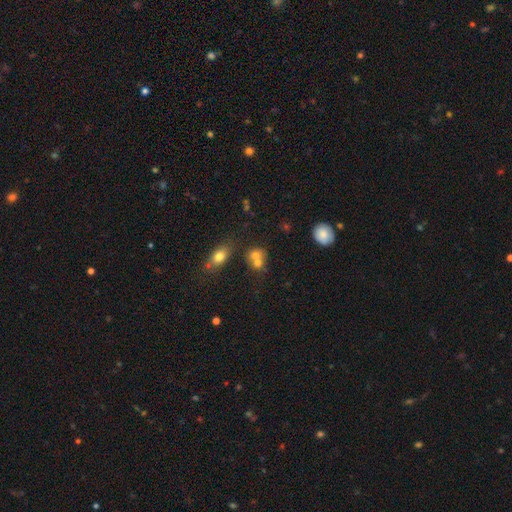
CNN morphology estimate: Q: Smooth or featured?
A: smooth (70%); runner-up: featured or disk (16%)
Q: How rounded?
A: round (64%); runner-up: in between (35%)
Q: Merging?
A: merger (53%); runner-up: none (33%)